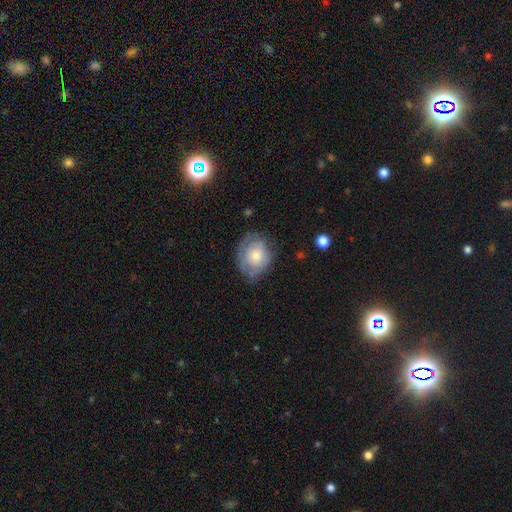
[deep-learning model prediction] Smooth or featured?
  - smooth: 64% *
  - featured or disk: 29%
  - star or artifact: 7%
How rounded?
  - round: 56% *
  - in between: 43%
  - cigar-shaped: 1%
Merging?
  - none: 65% *
  - minor disturbance: 25%
  - major disturbance: 9%
  - merger: 2%